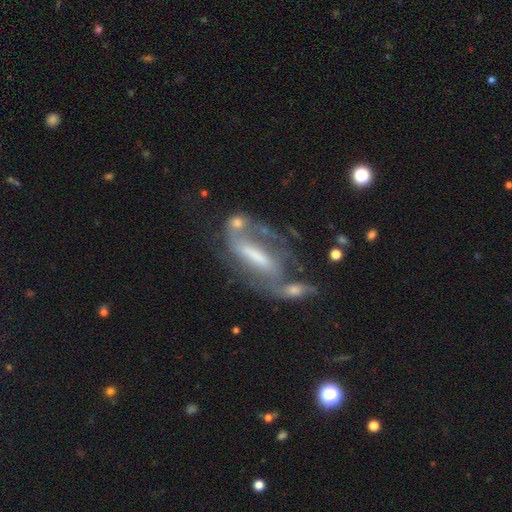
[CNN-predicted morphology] Smooth or featured? featured or disk (69%)
Edge-on disk? no (84%)
Bar? strong (49%)
Spiral arms? yes (66%)
Bulge size? moderate (34%)
Merging? merger (36%)